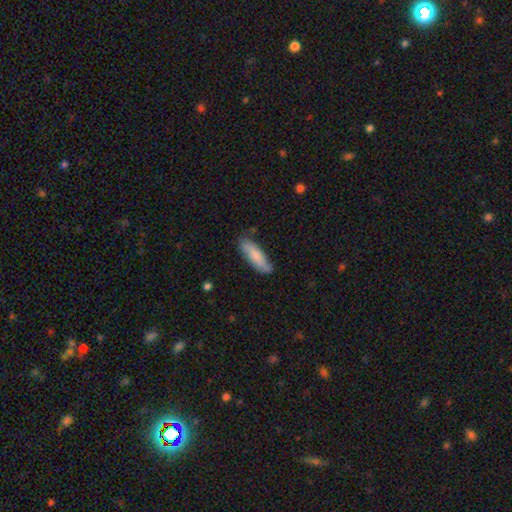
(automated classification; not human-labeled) smooth-or-featured: smooth: 77% | featured or disk: 18% | star or artifact: 6%
  how-rounded: cigar-shaped: 53% | in between: 45% | round: 2%
  merging: none: 77% | minor disturbance: 18% | major disturbance: 3% | merger: 2%